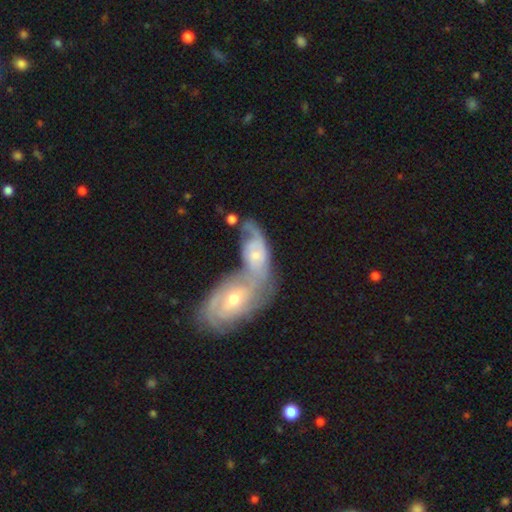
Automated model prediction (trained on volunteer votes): Overall: featured or disk (69%). Edge-on disk: no (92%). Bar: no (65%; weak 28%). Spiral arms: yes (84%). Spiral arm count: can't tell (41%; 2 35%). Spiral winding: tight (48%; medium 36%). Bulge size: small (49%; moderate 43%). Merging: merger (72%).